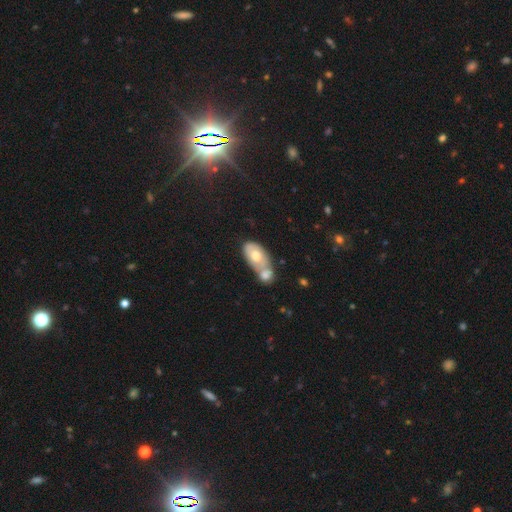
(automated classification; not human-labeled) Smooth or featured? smooth (58%)
How rounded? in between (90%)
Merging? merger (69%)